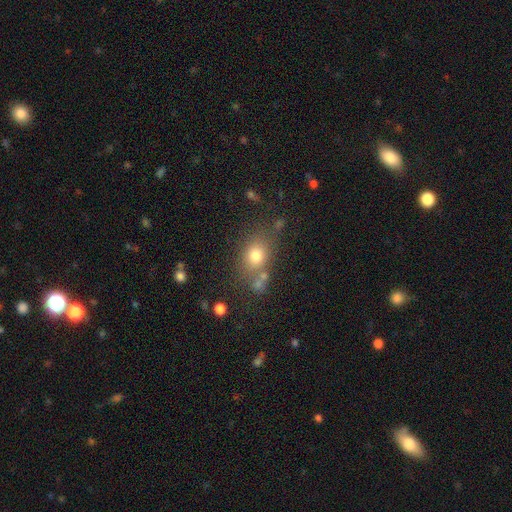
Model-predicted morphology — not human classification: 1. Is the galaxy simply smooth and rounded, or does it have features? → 75% smooth, 14% star or artifact, 12% featured or disk.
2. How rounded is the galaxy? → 51% in between, 47% round, 2% cigar-shaped.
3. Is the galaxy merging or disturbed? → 65% none, 16% minor disturbance, 13% merger, 7% major disturbance.